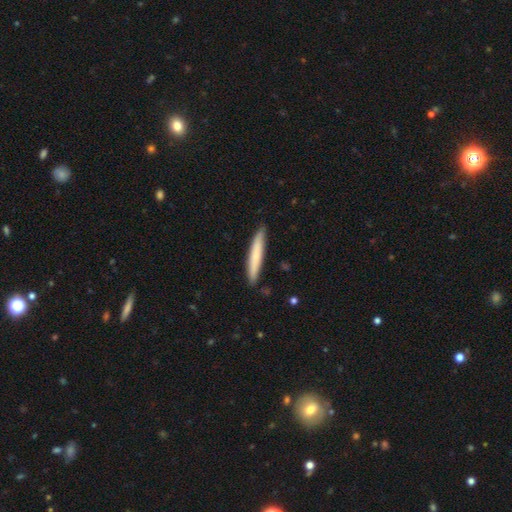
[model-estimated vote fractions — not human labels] The model was most divided on "smooth or featured": smooth: 70%, featured or disk: 25%, star or artifact: 5%. More confident: how rounded — cigar-shaped (94%); merging — none (87%).